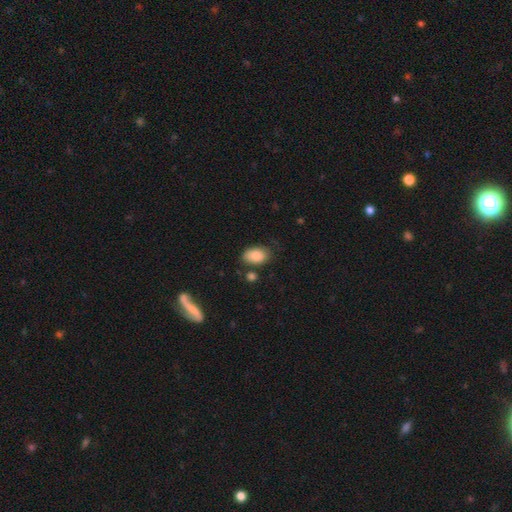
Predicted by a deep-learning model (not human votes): This appears to be a smooth galaxy with no disk features (86%) that is in between round and cigar-shaped (89%). Merging: none (71%).